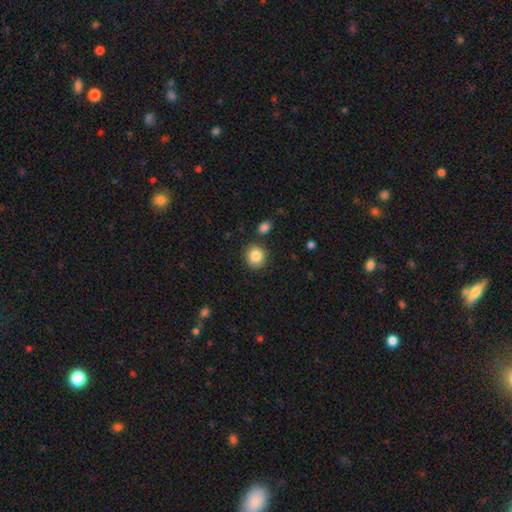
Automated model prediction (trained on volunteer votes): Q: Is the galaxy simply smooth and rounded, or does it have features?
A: smooth — 85%.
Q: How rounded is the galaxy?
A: round — 80%.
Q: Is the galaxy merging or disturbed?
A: none — 84%.